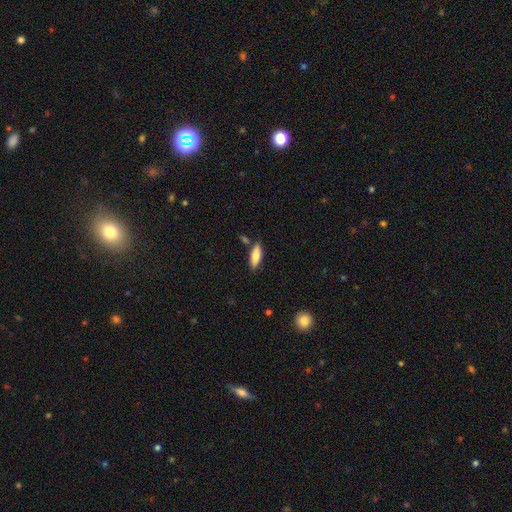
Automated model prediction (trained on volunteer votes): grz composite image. It shows a smooth galaxy with no disk features (77%) that is in between round and cigar-shaped (57%). Merging: none (78%).